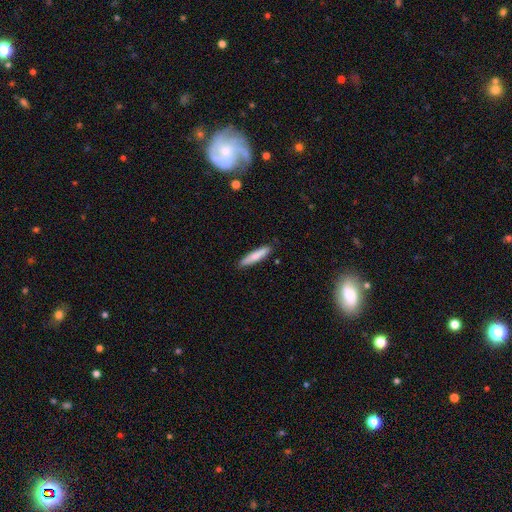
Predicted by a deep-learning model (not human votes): smooth-or-featured: smooth: 75% | featured or disk: 19% | star or artifact: 6%
  how-rounded: cigar-shaped: 87% | in between: 12% | round: 1%
  merging: none: 87% | minor disturbance: 10% | major disturbance: 2% | merger: 1%